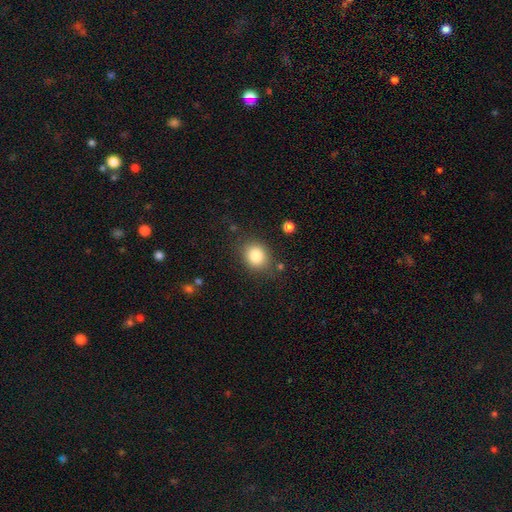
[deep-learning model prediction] Smooth or featured? Predicted: smooth (p=0.83). How rounded? Predicted: round (p=0.68). Merging? Predicted: none (p=0.81).